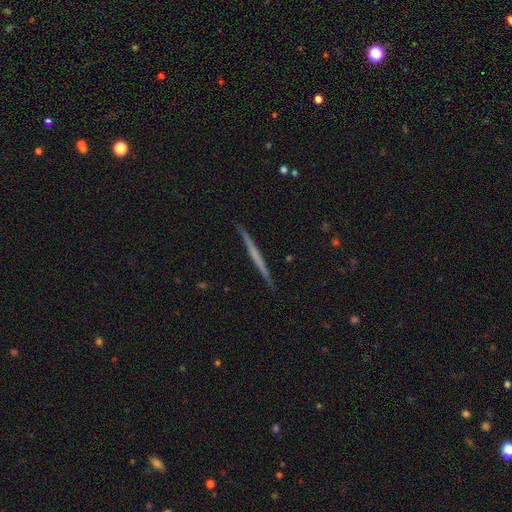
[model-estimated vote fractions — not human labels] Smooth or featured? Predicted: featured or disk (p=0.56). Edge-on disk? Predicted: yes (p=0.98). Edge-on bulge? Predicted: none (p=0.90). Merging? Predicted: none (p=0.92).